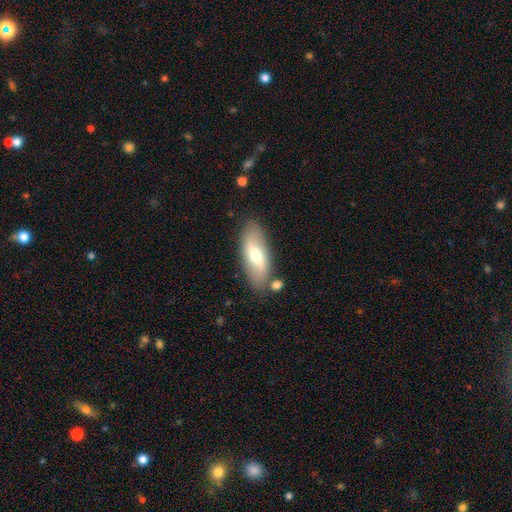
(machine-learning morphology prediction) A smooth galaxy with no disk features (60%) that is in between round and cigar-shaped (80%). Merging: none (80%).